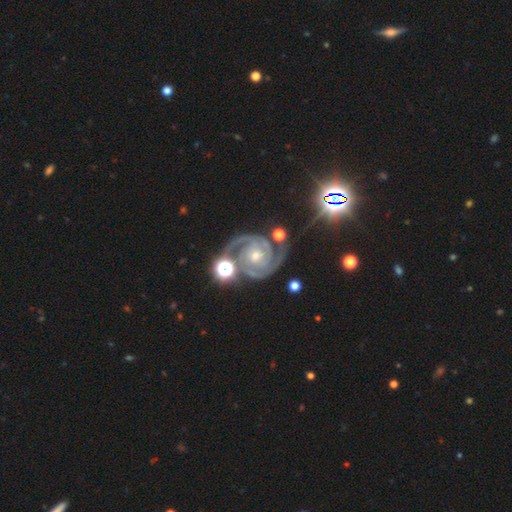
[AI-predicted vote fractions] A featured or disk galaxy (91%) with no bar (63%), 2 (77%) tight (54%) spiral arms (98%) and a moderate central bulge (50%). Merging: none (64%).